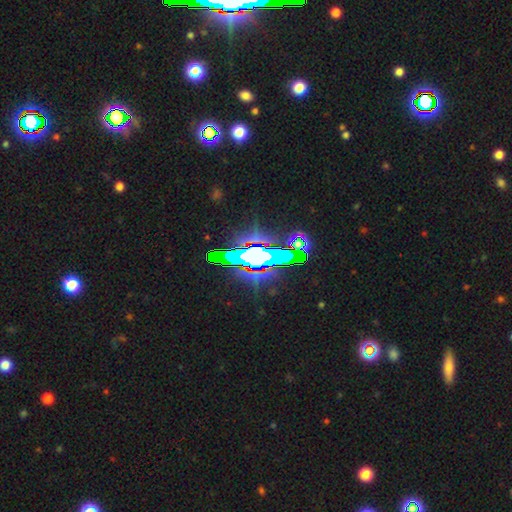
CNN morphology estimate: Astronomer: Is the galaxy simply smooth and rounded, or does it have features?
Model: star or artifact — 64%.